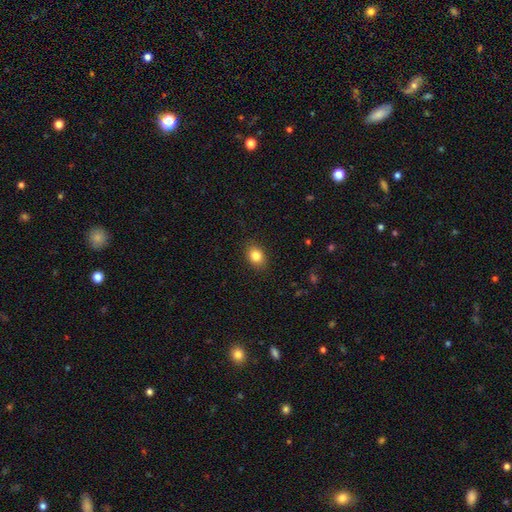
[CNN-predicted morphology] The model was most divided on "how rounded": in between: 66%, round: 33%, cigar-shaped: 1%. More confident: merging — none (88%); smooth or featured — smooth (84%).